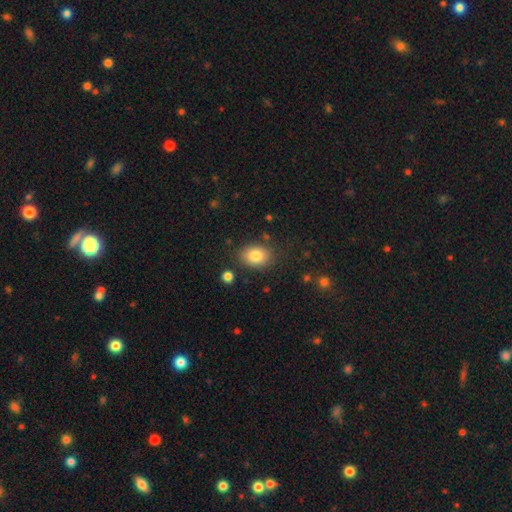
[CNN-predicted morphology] A smooth galaxy with no disk features (83%) that is in between round and cigar-shaped (69%).

Vote fractions:
- Smooth or featured? smooth: 83% / featured or disk: 9% / star or artifact: 9%
- How rounded? in between: 69% / round: 30% / cigar-shaped: 1%
- Merging? none: 81% / minor disturbance: 12% / major disturbance: 4% / merger: 3%